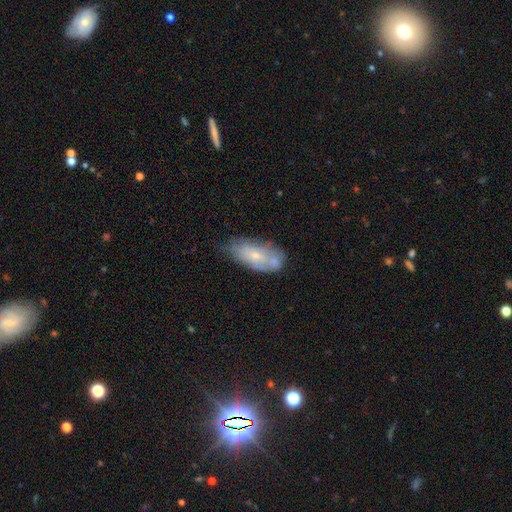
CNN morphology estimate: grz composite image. It shows a smooth galaxy with no disk features (50%). Merging: none (44%).